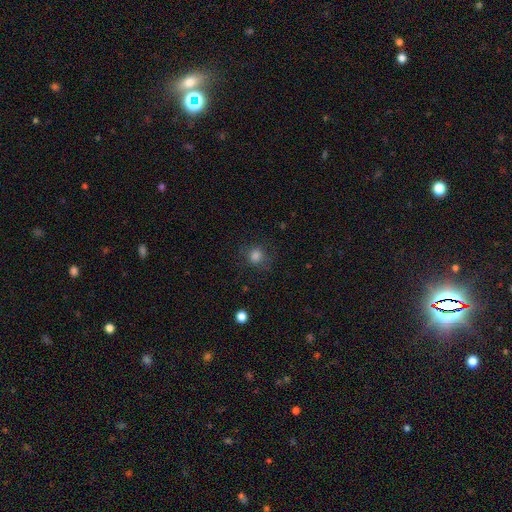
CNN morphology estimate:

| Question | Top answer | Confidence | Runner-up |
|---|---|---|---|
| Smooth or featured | smooth | 80% | star or artifact (14%) |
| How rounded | round | 87% | in between (12%) |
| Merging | none | 78% | minor disturbance (13%) |